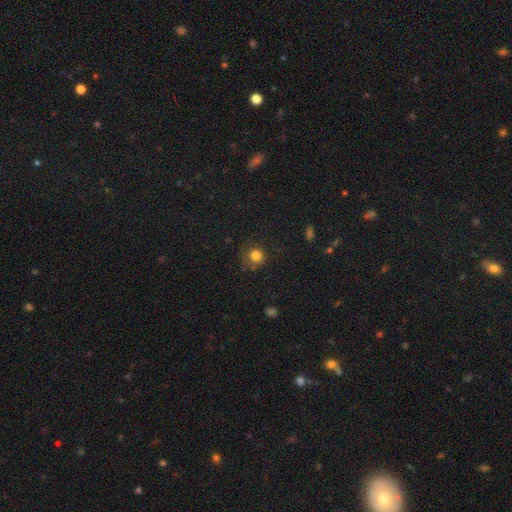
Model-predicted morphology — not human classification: type=smooth (82%); roundness=round (88%); merging=none (72%).